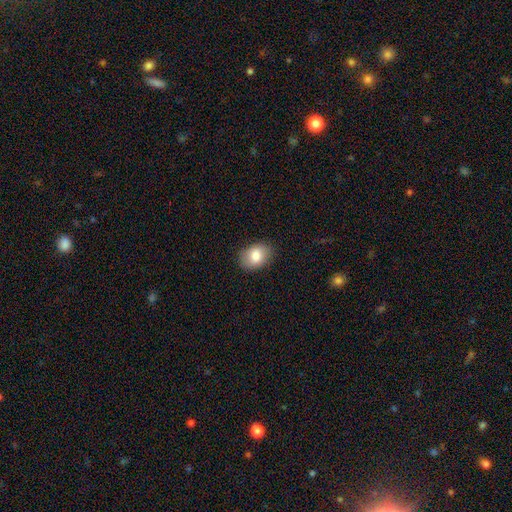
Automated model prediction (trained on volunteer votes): The model was most divided on "how rounded": in between: 74%, round: 25%, cigar-shaped: 1%. More confident: merging — none (85%); smooth or featured — smooth (82%).